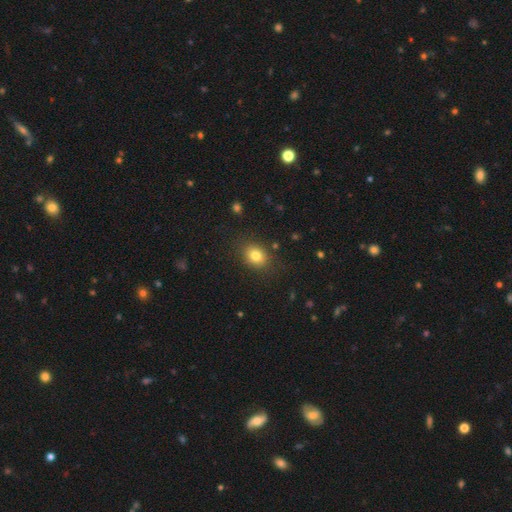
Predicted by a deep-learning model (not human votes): smooth-or-featured: smooth: 80% | star or artifact: 11% | featured or disk: 8%
  how-rounded: round: 51% | in between: 48% | cigar-shaped: 1%
  merging: none: 84% | minor disturbance: 11% | major disturbance: 4% | merger: 2%